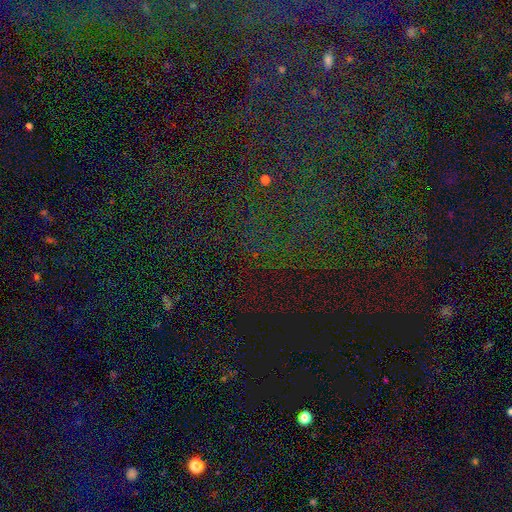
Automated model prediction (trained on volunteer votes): smooth_or_featured: star or artifact (p=0.83) [alt: smooth p=0.10]